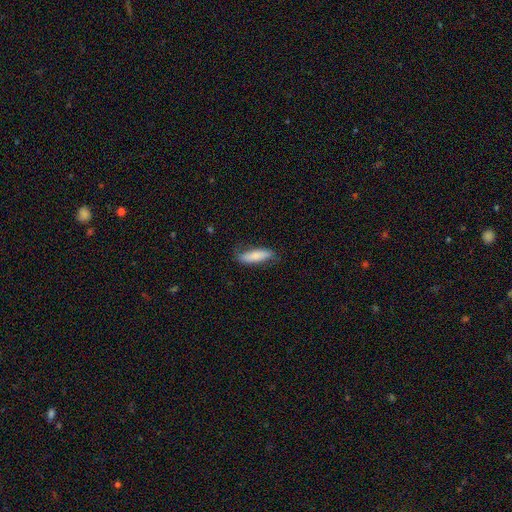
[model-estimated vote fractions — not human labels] Smooth or featured: smooth — 78% (featured or disk — 16%)
How rounded: cigar-shaped — 55% (in between — 43%)
Merging: none — 74% (minor disturbance — 20%)